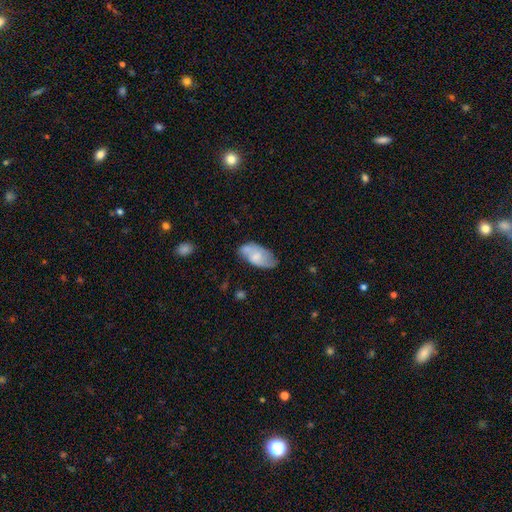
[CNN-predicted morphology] A smooth galaxy with no disk features (47%). Merging: none (61%).